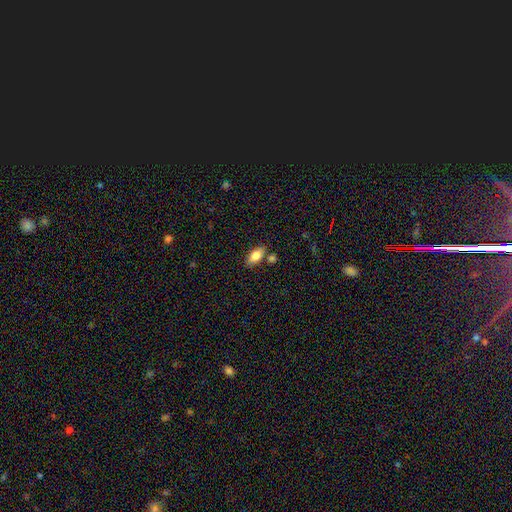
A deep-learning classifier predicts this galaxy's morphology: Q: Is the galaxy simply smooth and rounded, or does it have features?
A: smooth — 84%.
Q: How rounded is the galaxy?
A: in between — 90%.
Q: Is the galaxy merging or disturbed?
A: none — 75%.